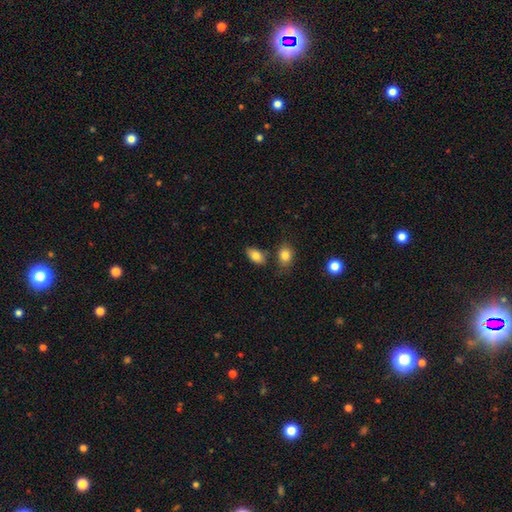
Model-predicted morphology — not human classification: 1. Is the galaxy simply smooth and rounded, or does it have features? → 83% smooth, 9% featured or disk, 8% star or artifact.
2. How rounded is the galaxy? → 90% in between, 8% round, 2% cigar-shaped.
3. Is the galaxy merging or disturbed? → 70% none, 14% minor disturbance, 13% merger, 3% major disturbance.